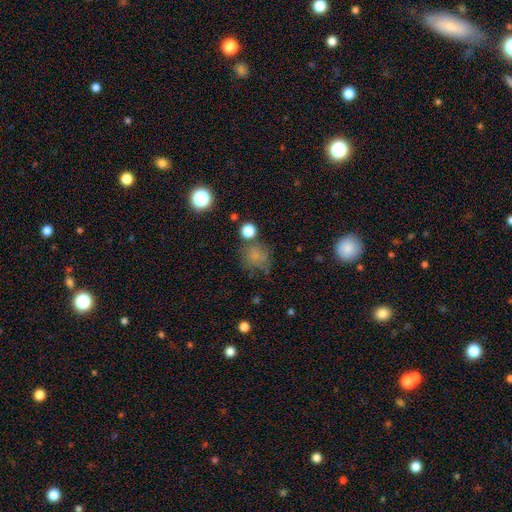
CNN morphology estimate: type=smooth (69%); roundness=round (80%); merging=none (61%).